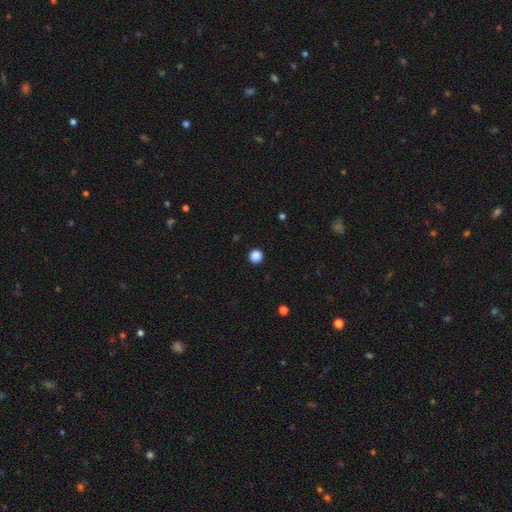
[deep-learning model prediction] smooth-or-featured: smooth: 88% | star or artifact: 10% | featured or disk: 2%
  how-rounded: round: 94% | in between: 5% | cigar-shaped: 1%
  merging: none: 93% | minor disturbance: 4% | major disturbance: 2% | merger: 1%